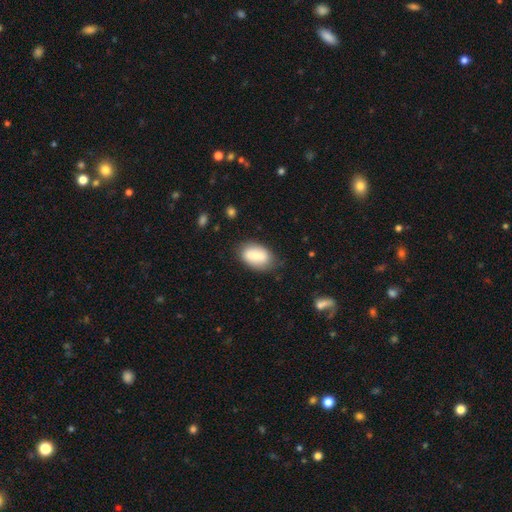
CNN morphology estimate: Smooth or featured? Predicted: smooth (p=0.82). How rounded? Predicted: in between (p=0.91). Merging? Predicted: none (p=0.74).